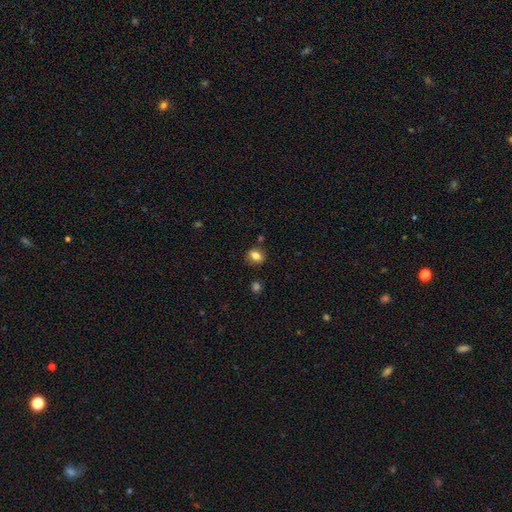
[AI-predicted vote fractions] This appears to be a smooth galaxy with no disk features (80%) that is in between round and cigar-shaped (50%). Merging: none (81%).